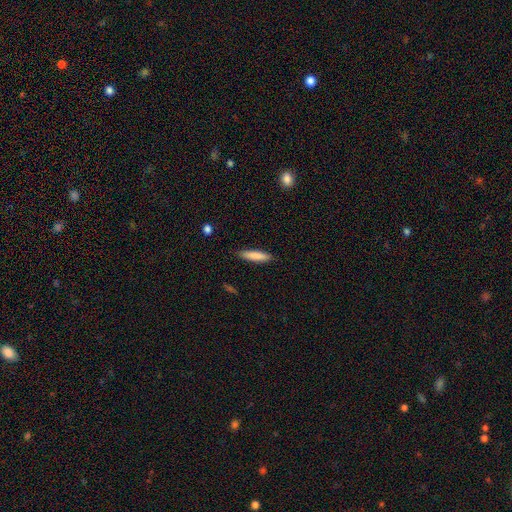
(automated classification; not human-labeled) This is clearly a smooth galaxy (83%). How rounded: likely cigar-shaped (80%). Merging: clearly none (88%).